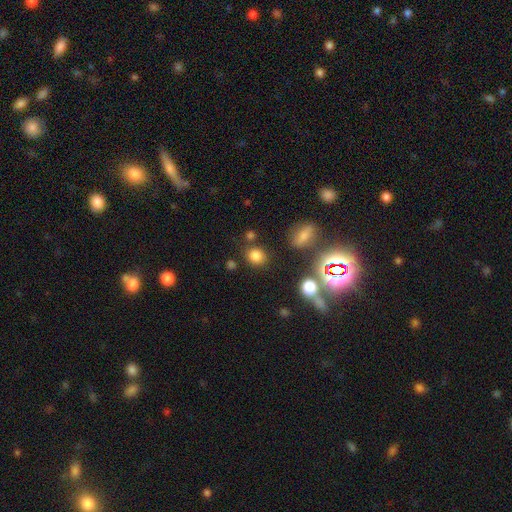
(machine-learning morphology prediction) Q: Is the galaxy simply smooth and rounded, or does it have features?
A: smooth — 78%.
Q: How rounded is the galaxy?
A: round — 69%.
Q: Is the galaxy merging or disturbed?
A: none — 79%.